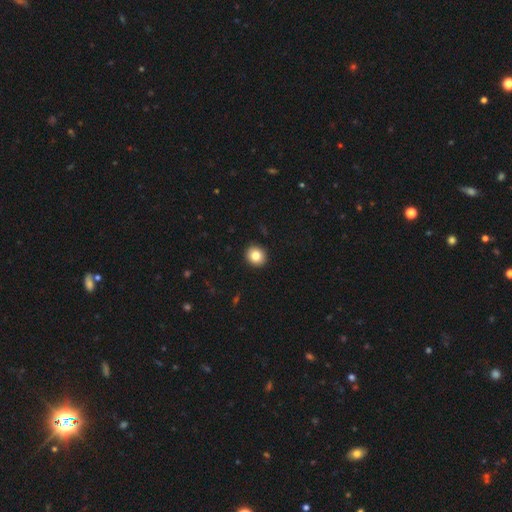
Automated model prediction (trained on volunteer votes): Smooth or featured? Predicted: smooth (p=0.82). How rounded? Predicted: round (p=0.83). Merging? Predicted: none (p=0.93).